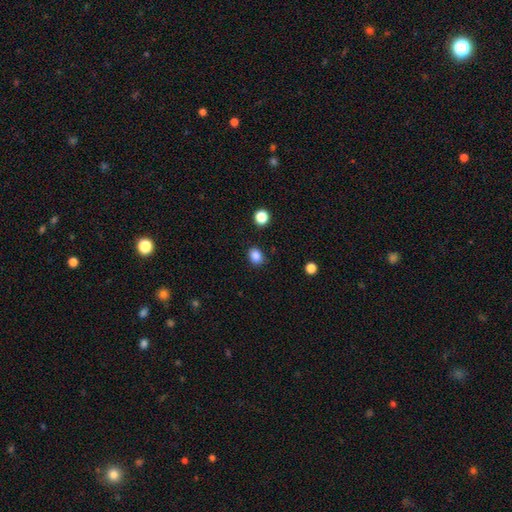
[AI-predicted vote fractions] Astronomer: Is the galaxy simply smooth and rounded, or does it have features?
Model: smooth — 86%.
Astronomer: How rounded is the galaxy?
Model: round — 58% (runner-up: in between, 41%).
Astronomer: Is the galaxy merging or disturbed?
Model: none — 86%.